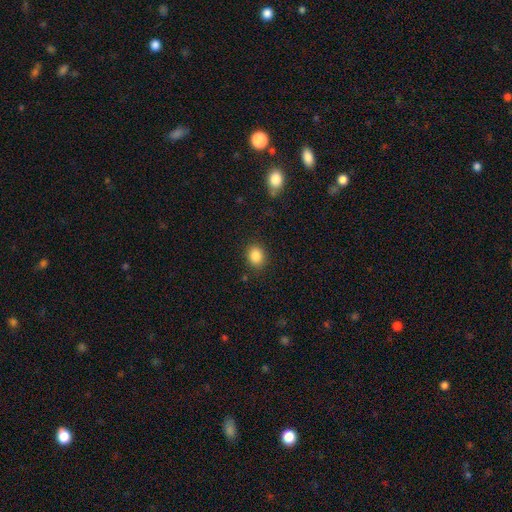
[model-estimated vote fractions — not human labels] This appears to be a smooth galaxy with no disk features (86%) that is round (57%). Merging: none (87%).